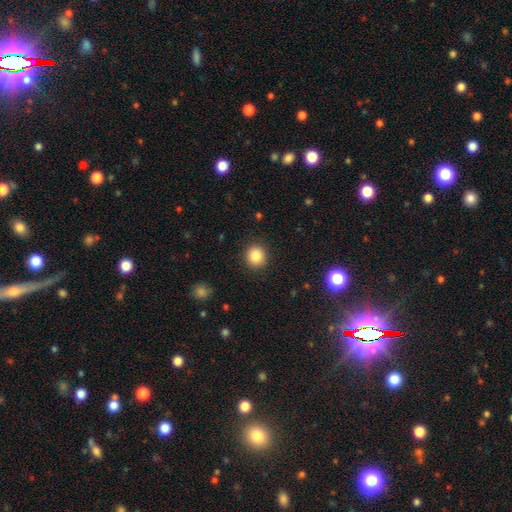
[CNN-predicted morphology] smooth 85%, star or artifact 10%, featured or disk 5%. Down the decision tree: how rounded — round (87%); merging — none (90%).